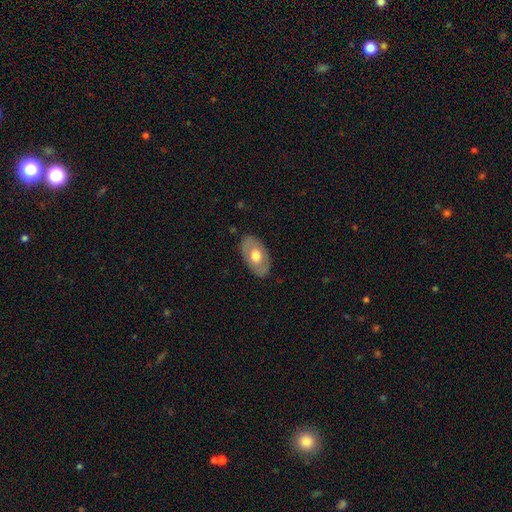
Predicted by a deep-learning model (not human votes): This appears to be a smooth galaxy with no disk features (57%) that is in between round and cigar-shaped (92%). Merging: none (84%).